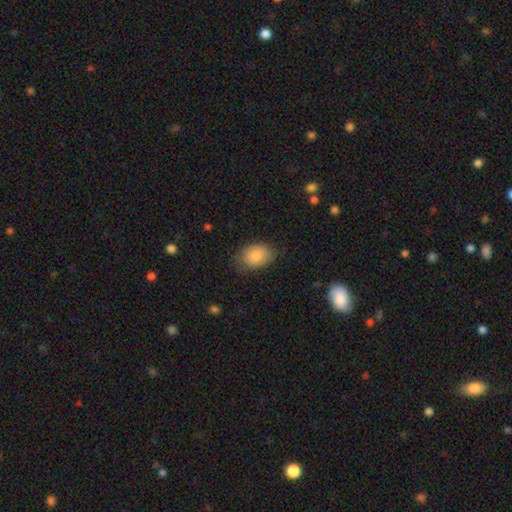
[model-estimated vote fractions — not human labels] This is clearly a smooth galaxy (83%). How rounded: likely in between (78%). Merging: likely none (72%).